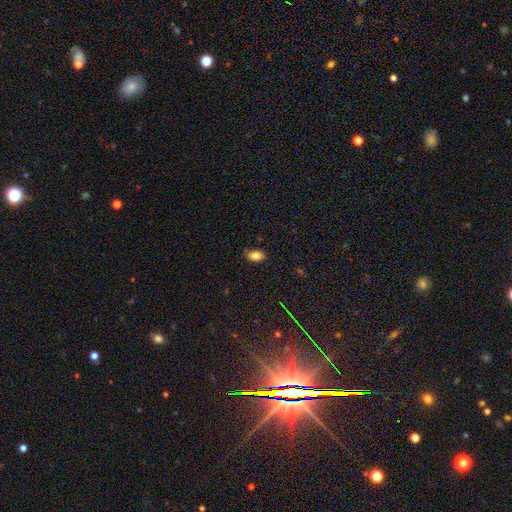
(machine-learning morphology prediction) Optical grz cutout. It shows a smooth galaxy with no disk features (82%) that is in between round and cigar-shaped (87%). Merging: none (79%).